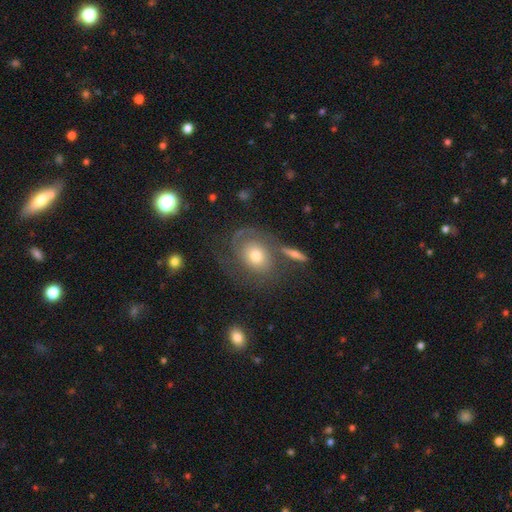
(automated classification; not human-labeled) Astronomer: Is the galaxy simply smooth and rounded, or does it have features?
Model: featured or disk — 59%.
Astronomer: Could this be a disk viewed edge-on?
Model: no — 95%.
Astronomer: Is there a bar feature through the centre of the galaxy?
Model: no — 81%.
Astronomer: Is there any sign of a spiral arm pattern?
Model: yes — 79%.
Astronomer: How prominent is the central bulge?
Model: moderate — 61%.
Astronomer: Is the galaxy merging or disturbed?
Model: none — 55%.